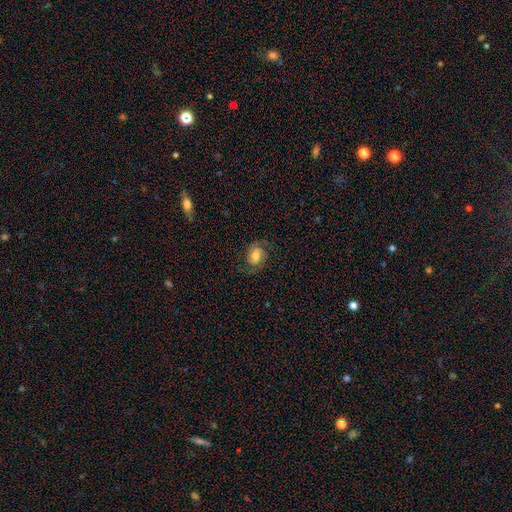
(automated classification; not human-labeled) This is likely a featured or disk galaxy (72%). It is clearly not viewed edge-on (98%). Bar: likely no (60%). Spiral arm pattern: clearly yes (94%). Spiral arm count: clearly 2 (90%). Spiral winding: possibly medium (49%). Central bulge: likely moderate (64%). Merging: likely none (77%).